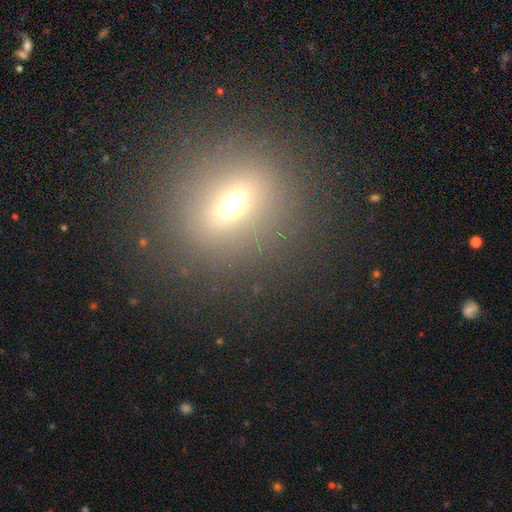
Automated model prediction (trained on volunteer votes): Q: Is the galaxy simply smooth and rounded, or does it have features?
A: smooth — 41%.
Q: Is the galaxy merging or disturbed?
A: none — 88%.